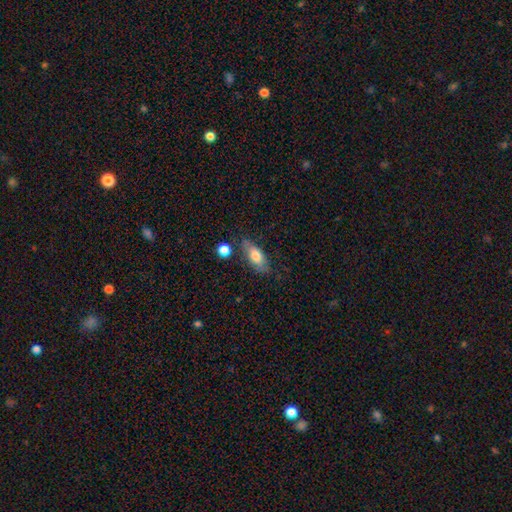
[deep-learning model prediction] Smooth or featured: smooth — 73% (featured or disk — 20%)
How rounded: in between — 77% (cigar-shaped — 19%)
Merging: none — 71% (minor disturbance — 18%)